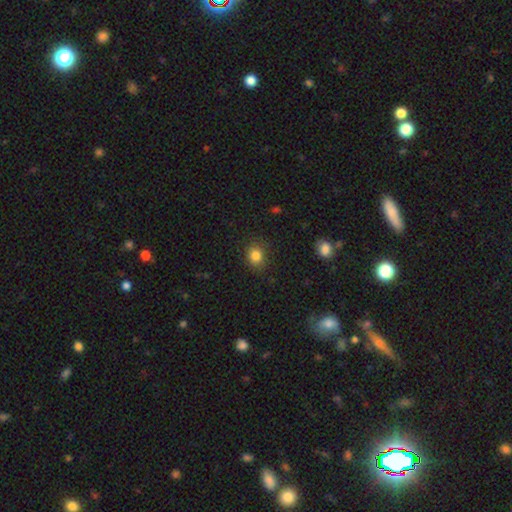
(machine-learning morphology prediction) Overall: smooth (83%). How rounded: round (62%; in between 37%). Merging: none (84%).